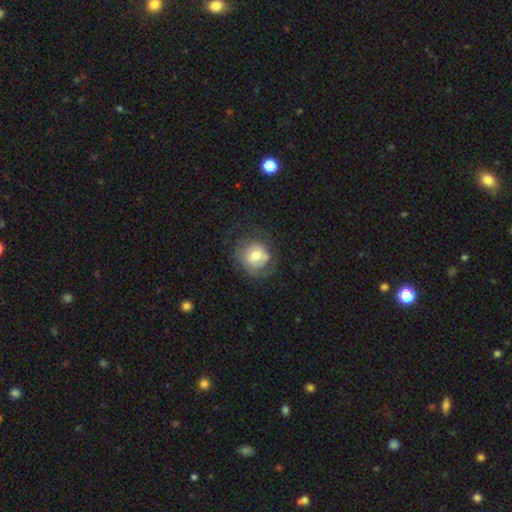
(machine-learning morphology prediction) Smooth or featured? featured or disk (55%)
Edge-on disk? no (97%)
Bar? no (71%)
Spiral arms? yes (73%)
Bulge size? moderate (65%)
Merging? none (62%)